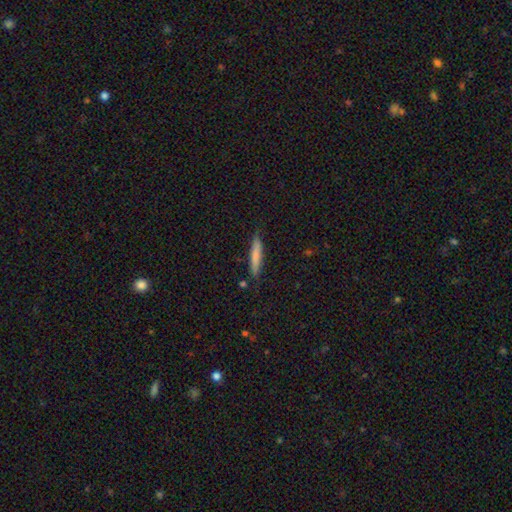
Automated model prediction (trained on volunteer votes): Morphology: type=smooth (74%); roundness=cigar-shaped (91%); merging=none (83%).